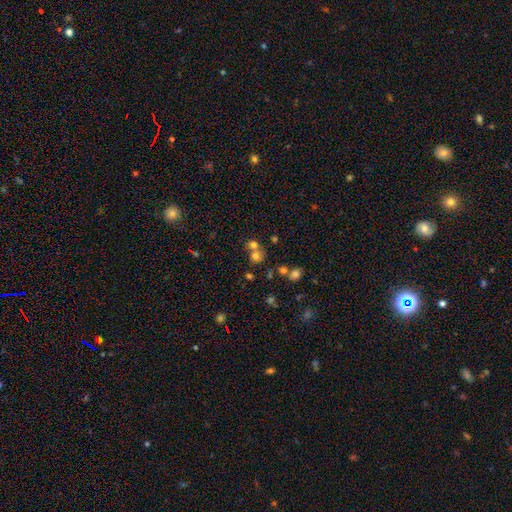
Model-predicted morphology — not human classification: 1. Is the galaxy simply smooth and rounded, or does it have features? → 68% smooth, 19% star or artifact, 13% featured or disk.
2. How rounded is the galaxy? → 79% round, 20% in between, 1% cigar-shaped.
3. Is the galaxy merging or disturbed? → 48% merger, 42% none, 7% minor disturbance, 3% major disturbance.